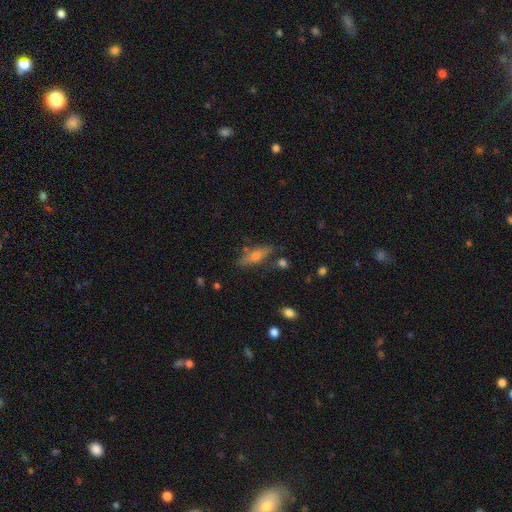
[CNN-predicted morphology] Smooth or featured? featured or disk (47%)
Merging? none (76%)